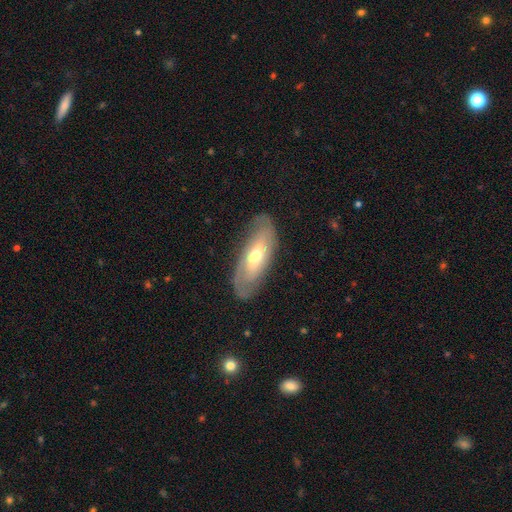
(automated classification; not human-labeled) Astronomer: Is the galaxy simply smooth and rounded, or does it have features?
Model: featured or disk — 57% (runner-up: smooth, 37%).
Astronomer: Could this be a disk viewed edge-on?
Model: no — 79%.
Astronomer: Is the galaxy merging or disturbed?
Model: none — 77%.